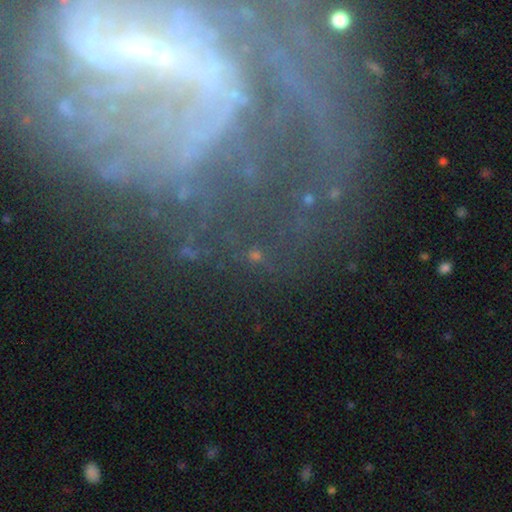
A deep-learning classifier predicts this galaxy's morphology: A featured or disk galaxy (62%) with no bar (43%), spiral arms (75%) and a small central bulge (50%). Merging: none (62%).